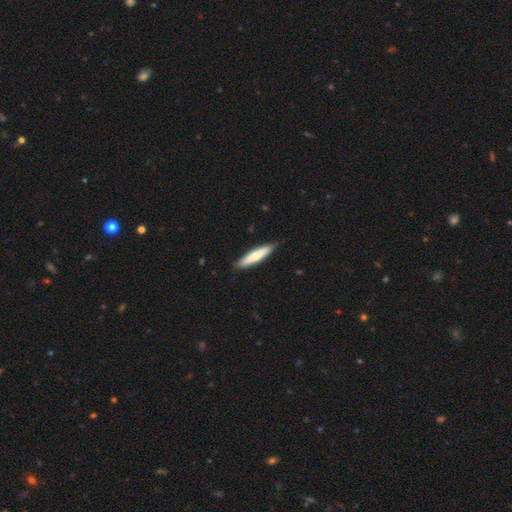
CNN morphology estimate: Overall: smooth (67%; featured or disk 28%). How rounded: cigar-shaped (82%). Merging: none (87%).